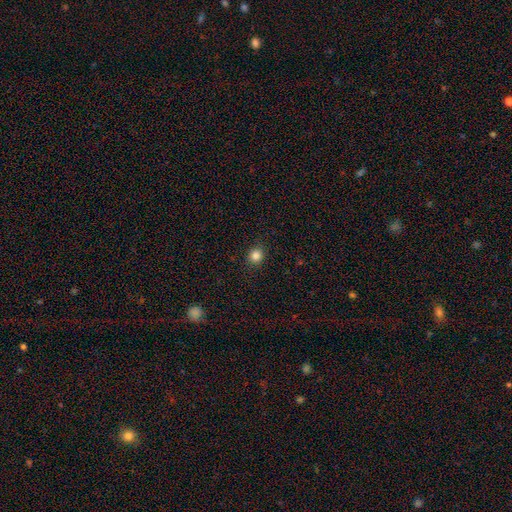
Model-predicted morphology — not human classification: A smooth galaxy with no disk features (84%) that is round (86%). Merging: none (90%).